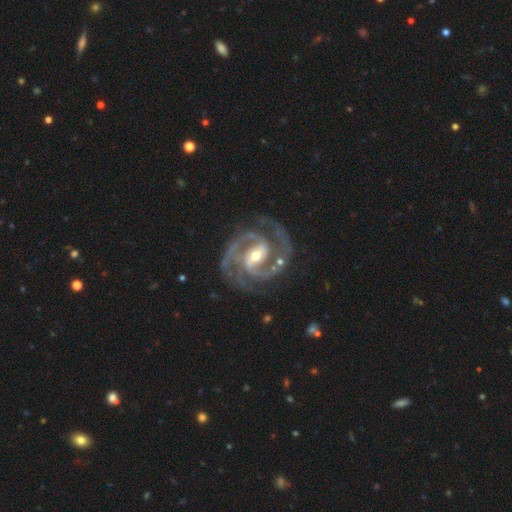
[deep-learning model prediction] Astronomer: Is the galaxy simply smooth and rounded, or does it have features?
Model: featured or disk — 94%.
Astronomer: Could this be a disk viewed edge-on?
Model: no — 98%.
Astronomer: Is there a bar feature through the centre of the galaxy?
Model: strong — 43% (runner-up: weak, 41%).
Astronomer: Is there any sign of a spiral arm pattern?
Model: yes — 99%.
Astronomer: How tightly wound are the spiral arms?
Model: tight — 48% (runner-up: medium, 47%).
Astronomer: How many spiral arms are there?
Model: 2 — 66%.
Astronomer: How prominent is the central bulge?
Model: moderate — 53% (runner-up: small, 42%).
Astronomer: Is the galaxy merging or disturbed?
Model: none — 77%.